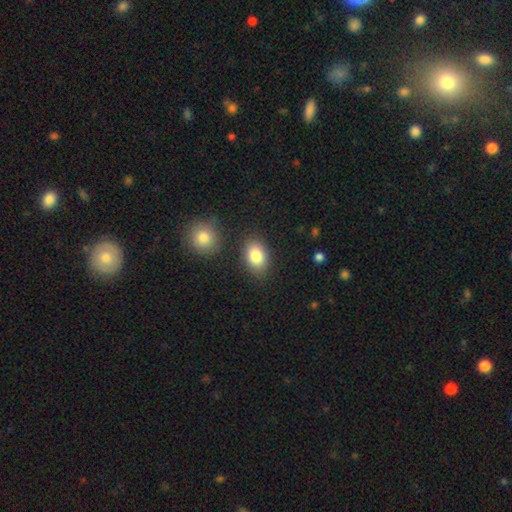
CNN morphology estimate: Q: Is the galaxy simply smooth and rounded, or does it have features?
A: smooth — 84%.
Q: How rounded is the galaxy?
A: in between — 79%.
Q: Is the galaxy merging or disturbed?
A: none — 82%.